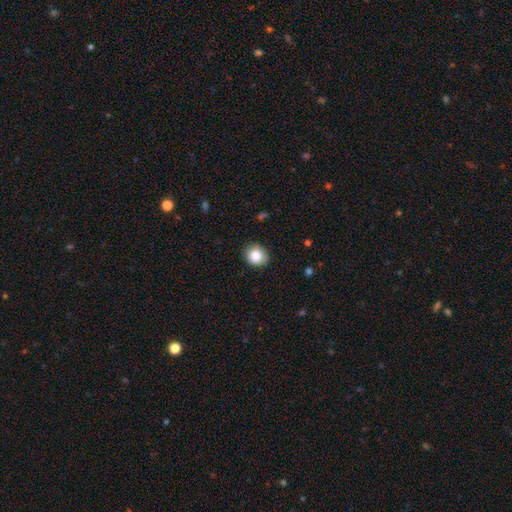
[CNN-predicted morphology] Smooth or featured: smooth — 85% (star or artifact — 9%)
How rounded: round — 66% (in between — 33%)
Merging: none — 86% (minor disturbance — 11%)